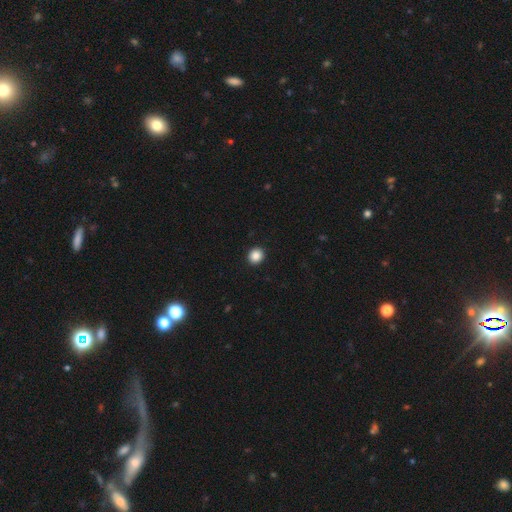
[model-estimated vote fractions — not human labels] smooth 87%, star or artifact 10%, featured or disk 4%. Down the decision tree: how rounded — round (85%); merging — none (93%).